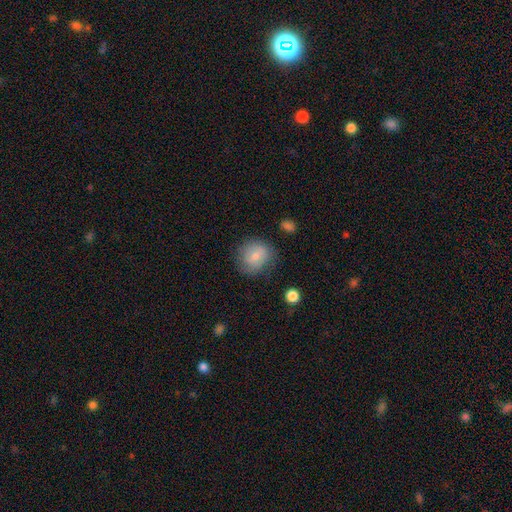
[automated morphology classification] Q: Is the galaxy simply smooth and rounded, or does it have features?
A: smooth — 74%.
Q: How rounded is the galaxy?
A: round — 75%.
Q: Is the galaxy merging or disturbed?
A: none — 68%.